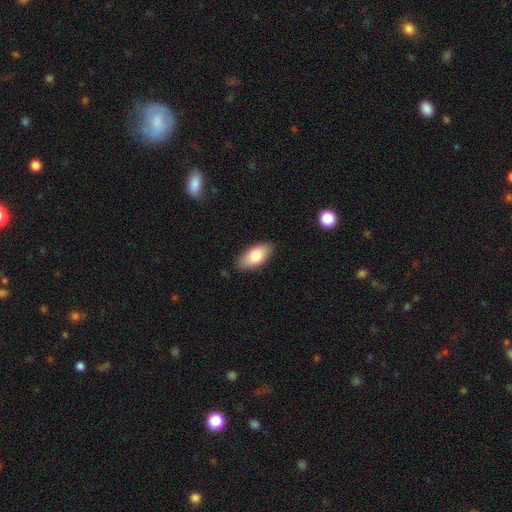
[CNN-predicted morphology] Smooth or featured? Predicted: smooth (p=0.82). How rounded? Predicted: in between (p=0.91). Merging? Predicted: none (p=0.84).